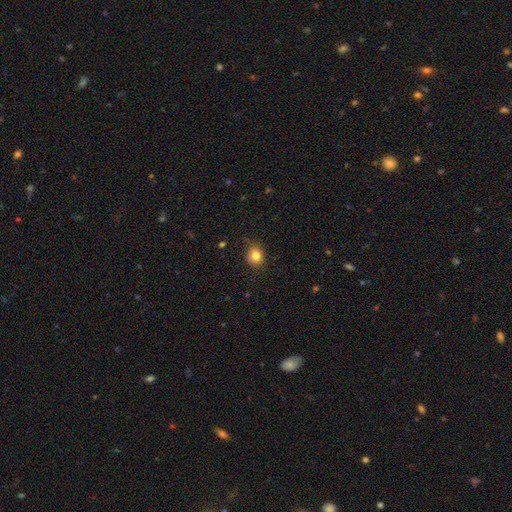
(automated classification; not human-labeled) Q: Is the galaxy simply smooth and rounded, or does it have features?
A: smooth — 82%.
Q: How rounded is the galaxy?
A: round — 74%.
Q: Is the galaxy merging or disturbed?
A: none — 79%.